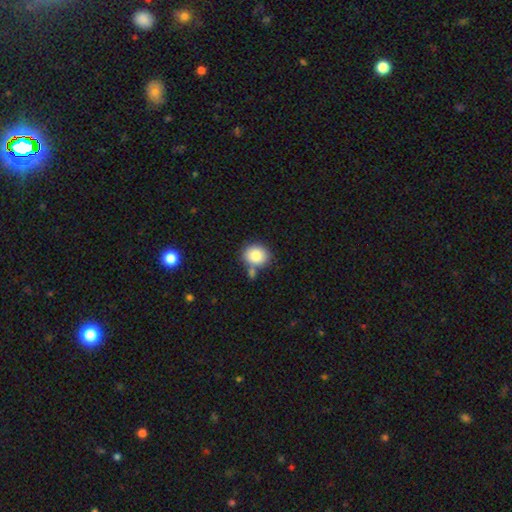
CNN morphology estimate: Q: Smooth or featured?
A: smooth (85%); runner-up: star or artifact (8%)
Q: How rounded?
A: round (73%); runner-up: in between (26%)
Q: Merging?
A: none (63%); runner-up: merger (19%)